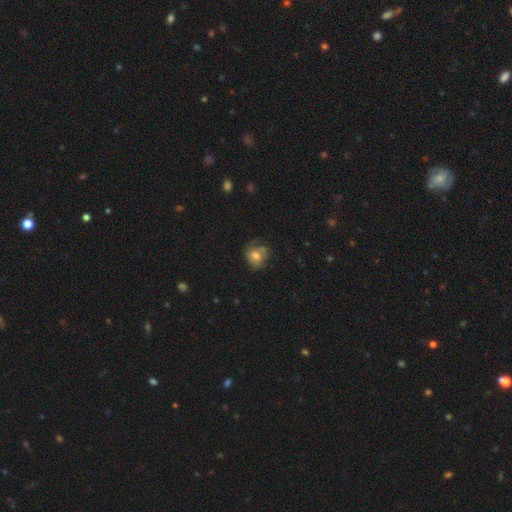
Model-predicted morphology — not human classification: A smooth galaxy with no disk features (61%) that is round (65%).

Vote fractions:
- Smooth or featured? smooth: 61% / featured or disk: 29% / star or artifact: 10%
- How rounded? round: 65% / in between: 34% / cigar-shaped: 1%
- Merging? none: 49% / minor disturbance: 29% / major disturbance: 18% / merger: 4%